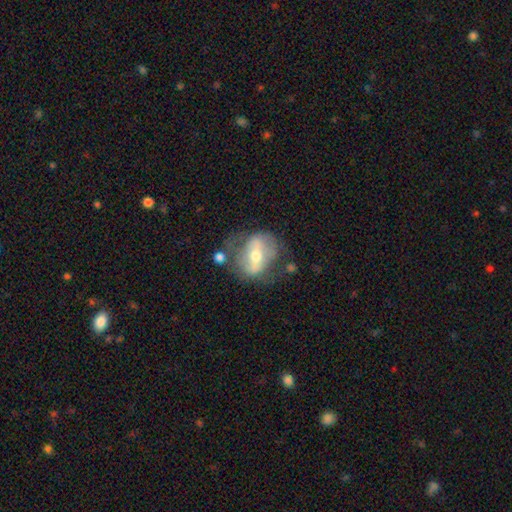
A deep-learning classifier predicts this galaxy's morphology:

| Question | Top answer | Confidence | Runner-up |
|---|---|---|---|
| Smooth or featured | featured or disk | 67% | smooth (25%) |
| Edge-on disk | no | 89% | yes (11%) |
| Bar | strong | 56% | weak (26%) |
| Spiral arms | no | 58% | yes (42%) |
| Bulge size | moderate | 62% | small (30%) |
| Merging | none | 51% | minor disturbance (22%) |